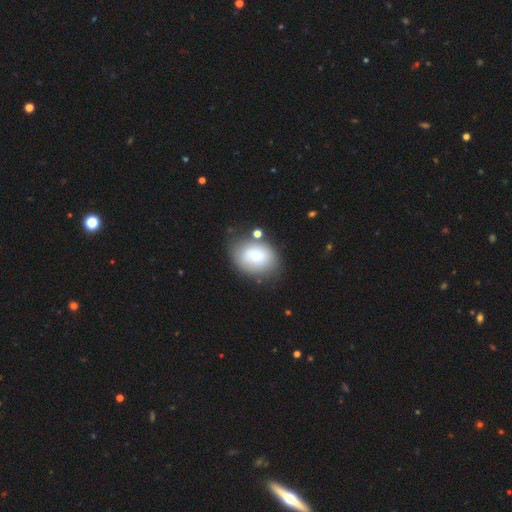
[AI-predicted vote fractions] A smooth galaxy with no disk features (77%) that is in between round and cigar-shaped (70%). Merging: none (66%).